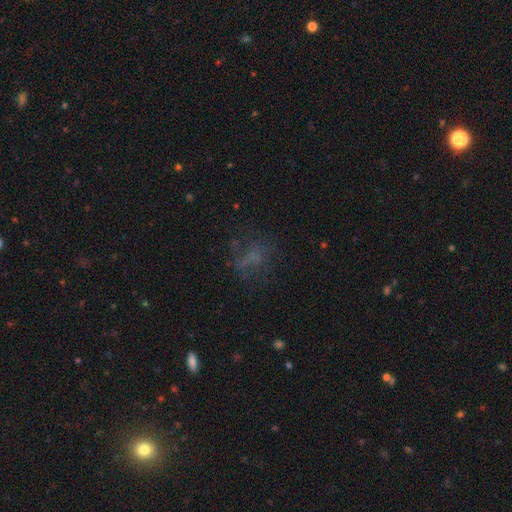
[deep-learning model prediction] Overall: smooth (45%; star or artifact 29%). Merging: none (56%; major disturbance 23%).